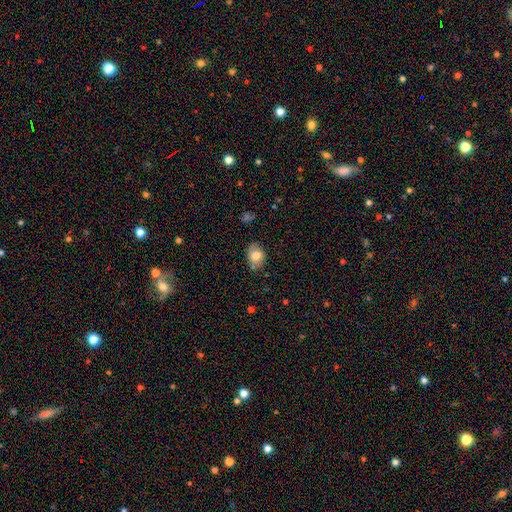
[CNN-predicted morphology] smooth_or_featured: smooth (p=0.74) [alt: featured or disk p=0.17]
how_rounded: in between (p=0.62) [alt: round p=0.37]
merging: none (p=0.70) [alt: minor disturbance p=0.22]